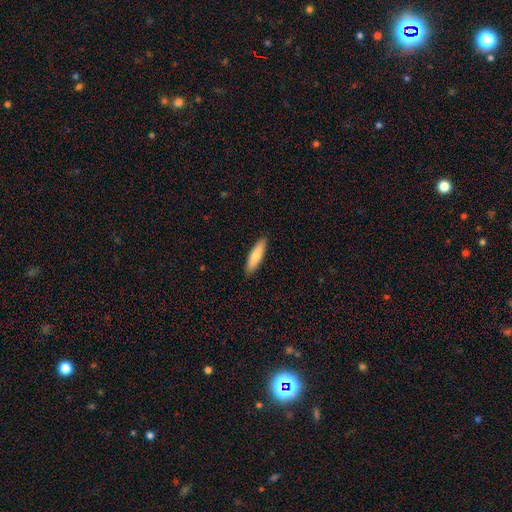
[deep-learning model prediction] Smooth or featured? smooth (77%)
How rounded? cigar-shaped (70%)
Merging? none (90%)